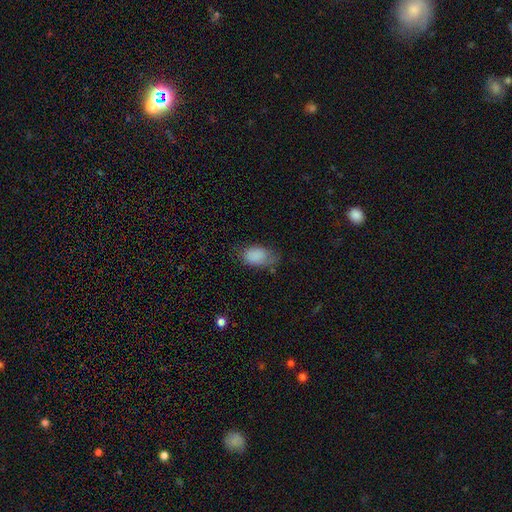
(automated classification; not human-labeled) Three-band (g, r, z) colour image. It shows a smooth galaxy with no disk features (83%) that is in between round and cigar-shaped (89%). Merging: none (50%).